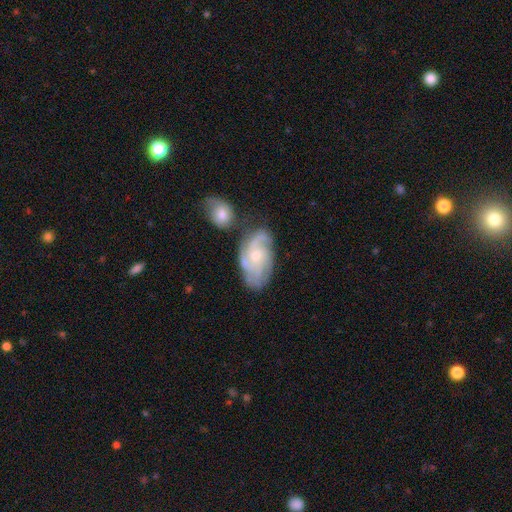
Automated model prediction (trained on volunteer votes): Overall: featured or disk (82%). Edge-on disk: no (97%). Bar: no (72%). Spiral arms: yes (96%). Spiral arm count: 3 (38%; 4 21%). Spiral winding: tight (47%; medium 41%). Bulge size: small (65%; moderate 31%). Merging: none (62%).